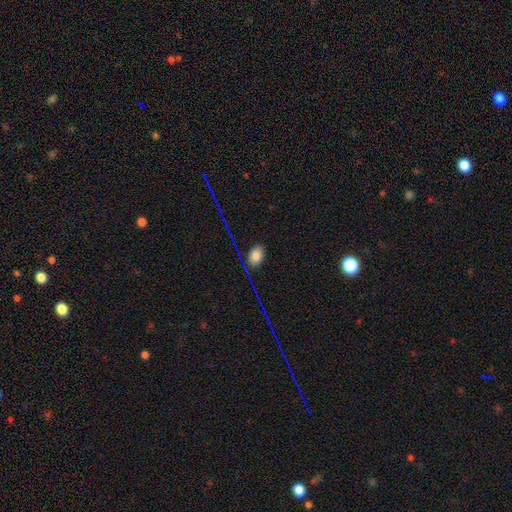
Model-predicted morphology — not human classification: This is likely a smooth galaxy (77%). How rounded: clearly in between (88%). Merging: clearly none (80%).